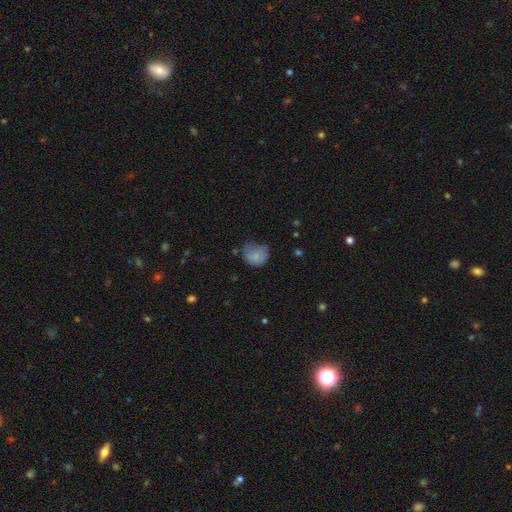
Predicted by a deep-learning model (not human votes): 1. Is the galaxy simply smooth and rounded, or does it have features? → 75% smooth, 16% featured or disk, 10% star or artifact.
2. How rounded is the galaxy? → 70% round, 29% in between, 1% cigar-shaped.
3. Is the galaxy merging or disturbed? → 44% none, 37% minor disturbance, 17% major disturbance, 2% merger.